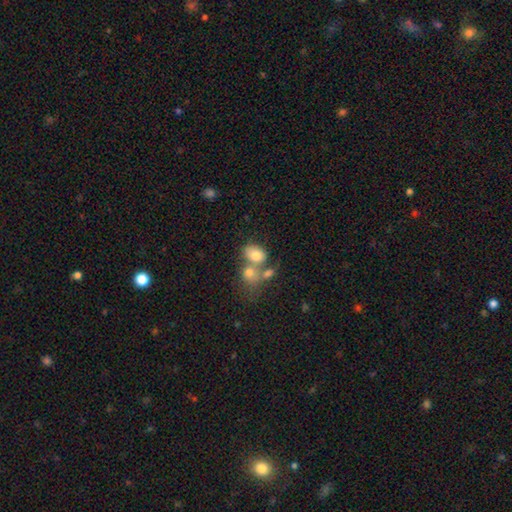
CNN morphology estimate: Smooth or featured? Predicted: smooth (p=0.74). How rounded? Predicted: in between (p=0.67). Merging? Predicted: merger (p=0.48).